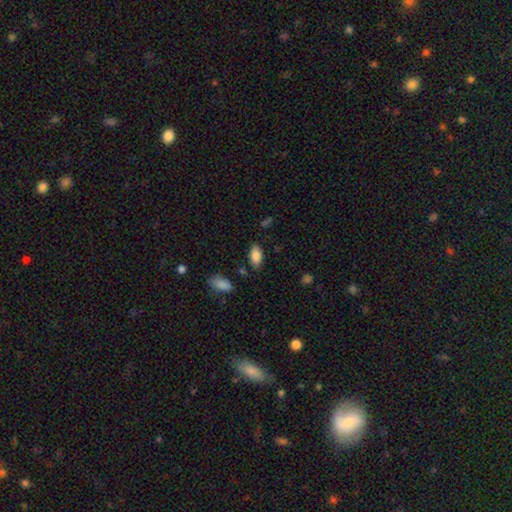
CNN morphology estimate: Overall: smooth (84%). How rounded: in between (91%). Merging: none (82%).